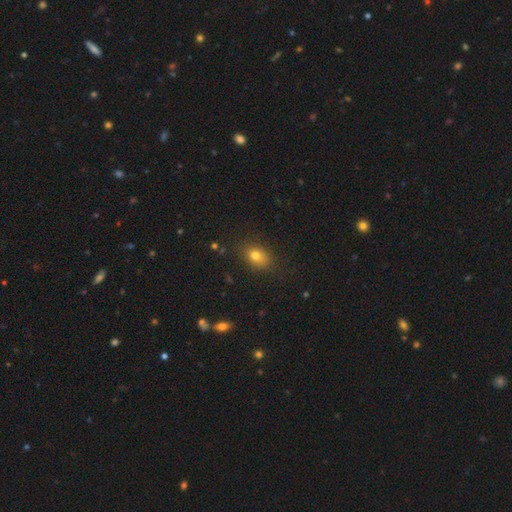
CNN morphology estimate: smooth-or-featured: smooth: 78% | star or artifact: 13% | featured or disk: 9%
  how-rounded: in between: 65% | round: 34% | cigar-shaped: 1%
  merging: none: 83% | minor disturbance: 12% | major disturbance: 3% | merger: 2%